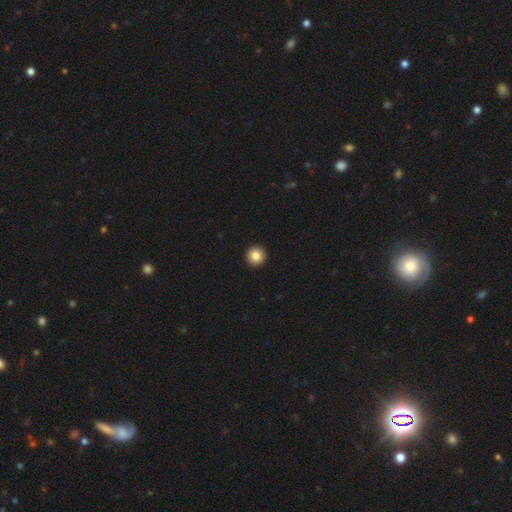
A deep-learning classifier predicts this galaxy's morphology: Smooth or featured? Predicted: smooth (p=0.86). How rounded? Predicted: round (p=0.96). Merging? Predicted: none (p=0.94).